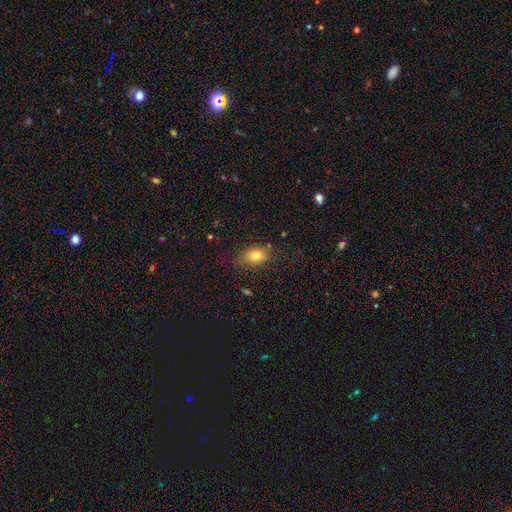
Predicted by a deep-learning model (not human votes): Smooth or featured: smooth — 77% (featured or disk — 12%)
How rounded: in between — 71% (round — 27%)
Merging: none — 76% (minor disturbance — 18%)